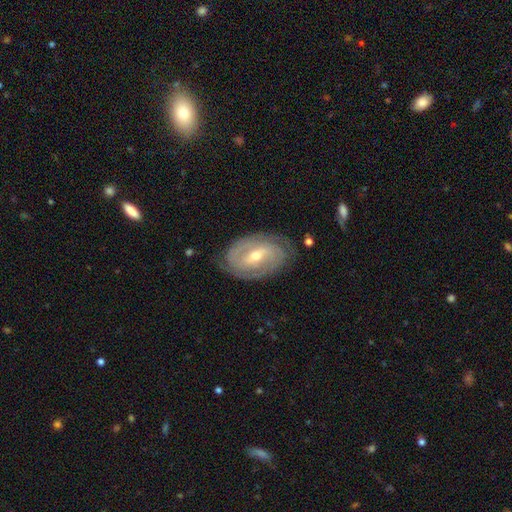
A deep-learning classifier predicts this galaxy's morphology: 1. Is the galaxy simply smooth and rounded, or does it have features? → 84% featured or disk, 11% smooth, 5% star or artifact.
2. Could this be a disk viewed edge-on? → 95% no, 5% yes.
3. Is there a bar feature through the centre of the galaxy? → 43% weak, 38% strong, 19% no.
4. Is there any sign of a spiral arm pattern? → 92% yes, 8% no.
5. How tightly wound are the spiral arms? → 64% tight, 28% medium, 8% loose.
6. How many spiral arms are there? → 58% 2, 22% can't tell, 11% 3, 3% 4, 3% 1, 2% more than 4.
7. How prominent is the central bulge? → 55% moderate, 42% small, 2% large, 1% none, 1% dominant.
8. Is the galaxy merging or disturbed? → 77% none, 17% minor disturbance, 5% major disturbance, 1% merger.